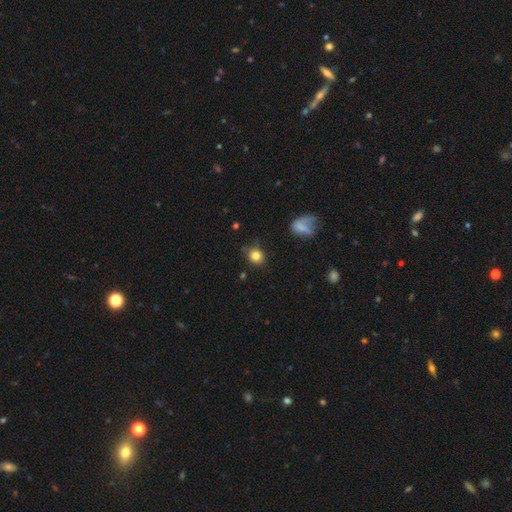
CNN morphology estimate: Smooth or featured? Predicted: smooth (p=0.83). How rounded? Predicted: round (p=0.77). Merging? Predicted: none (p=0.78).